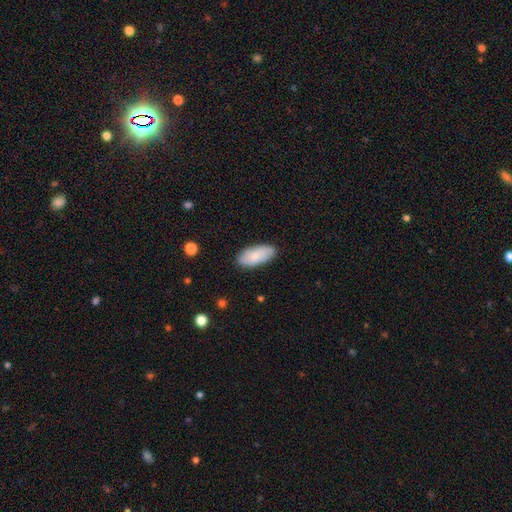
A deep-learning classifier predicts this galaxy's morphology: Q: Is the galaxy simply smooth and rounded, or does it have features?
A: smooth — 74%.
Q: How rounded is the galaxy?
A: in between — 90%.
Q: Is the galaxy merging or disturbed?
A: none — 82%.